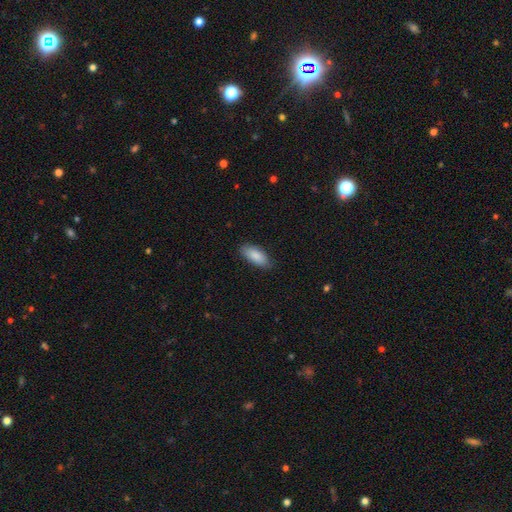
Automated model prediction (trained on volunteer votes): Morphology: type=smooth (87%); roundness=in between (85%); merging=none (85%).